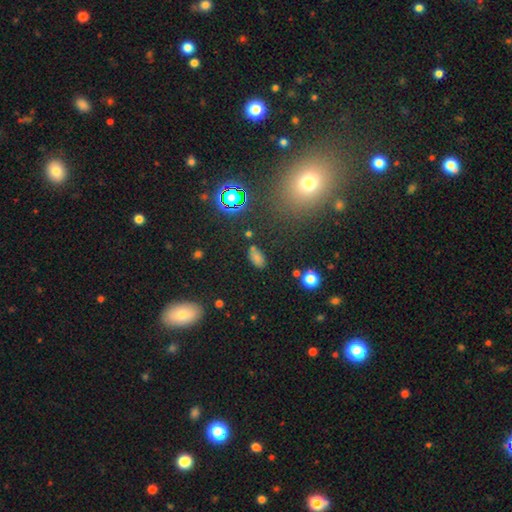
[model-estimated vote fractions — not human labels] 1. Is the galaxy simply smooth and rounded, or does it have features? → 59% smooth, 29% star or artifact, 12% featured or disk.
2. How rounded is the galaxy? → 81% in between, 11% round, 8% cigar-shaped.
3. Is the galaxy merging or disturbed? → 80% none, 11% minor disturbance, 4% merger, 4% major disturbance.